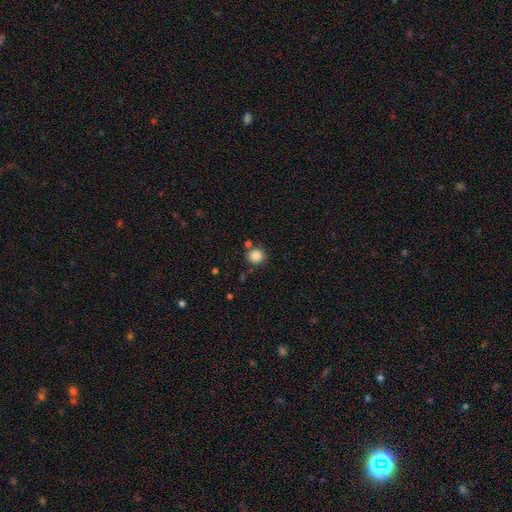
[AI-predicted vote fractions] Smooth or featured? Predicted: smooth (p=0.86). How rounded? Predicted: round (p=0.92). Merging? Predicted: none (p=0.79).